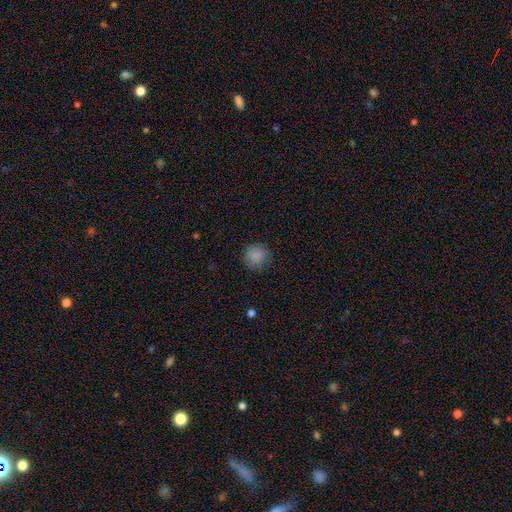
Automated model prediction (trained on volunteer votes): A smooth galaxy with no disk features (87%) that is round (93%). Merging: none (85%).